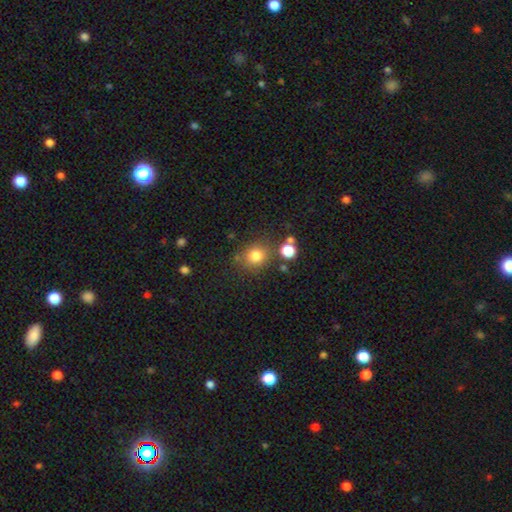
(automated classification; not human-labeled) This is likely a smooth galaxy (79%). How rounded: likely round (79%). Merging: likely none (73%).